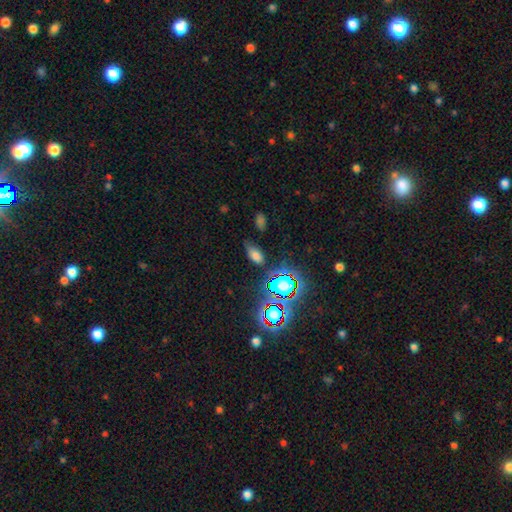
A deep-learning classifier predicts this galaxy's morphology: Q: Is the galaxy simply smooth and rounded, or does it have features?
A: smooth — 67%.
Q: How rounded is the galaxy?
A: in between — 88%.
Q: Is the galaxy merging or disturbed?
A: none — 68%.